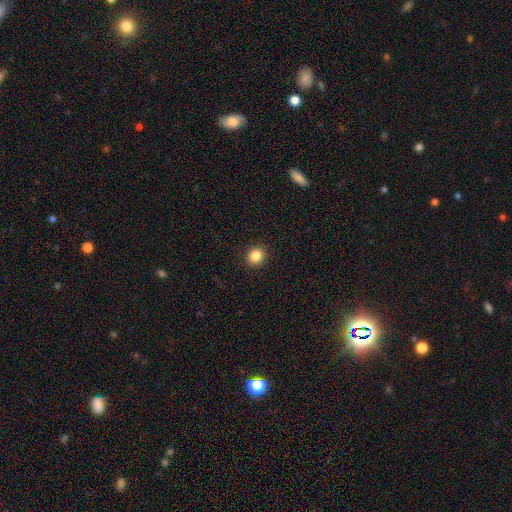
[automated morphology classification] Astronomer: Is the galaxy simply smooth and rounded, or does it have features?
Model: smooth — 85%.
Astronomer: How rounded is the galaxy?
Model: round — 85%.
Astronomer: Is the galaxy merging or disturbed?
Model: none — 92%.